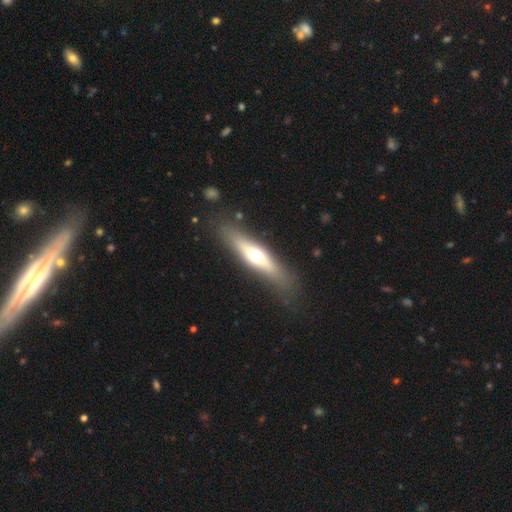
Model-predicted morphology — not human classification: featured or disk 49%, smooth 45%, star or artifact 6%. Down the decision tree: merging — none (81%).